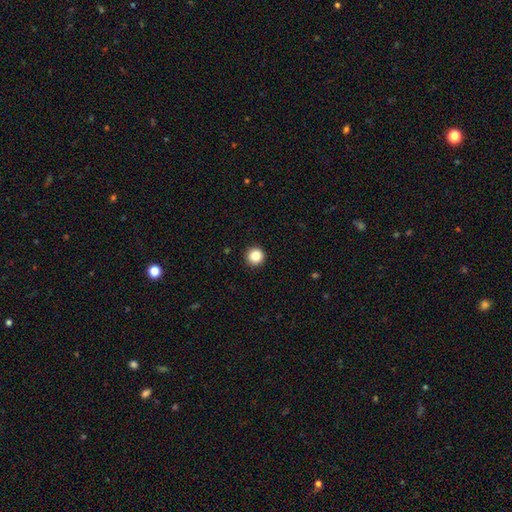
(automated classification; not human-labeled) Smooth or featured? smooth (85%)
How rounded? round (96%)
Merging? none (93%)